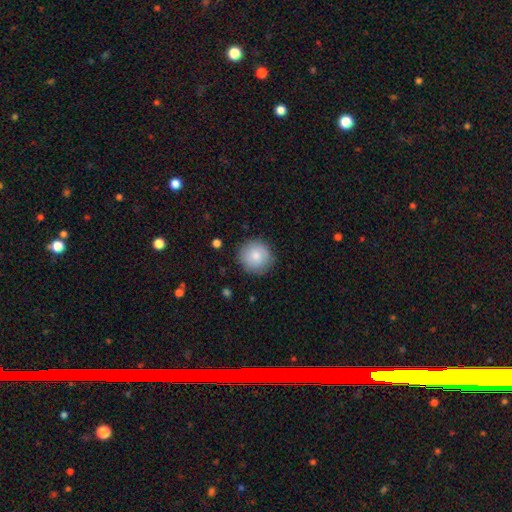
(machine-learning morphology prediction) The model was most divided on "smooth or featured": smooth: 81%, featured or disk: 12%, star or artifact: 7%. More confident: how rounded — round (93%); merging — none (86%).